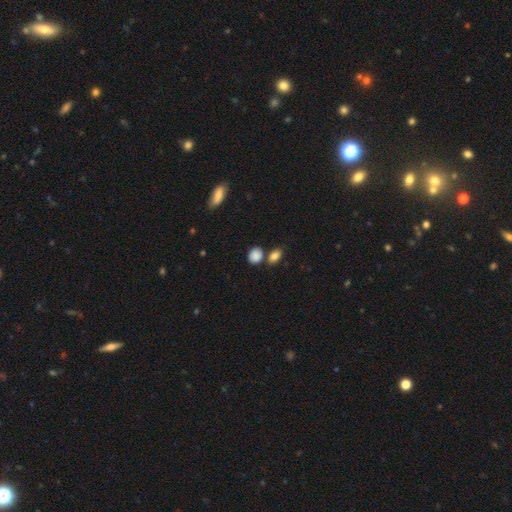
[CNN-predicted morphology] Smooth or featured? smooth (87%)
How rounded? round (57%)
Merging? none (63%)